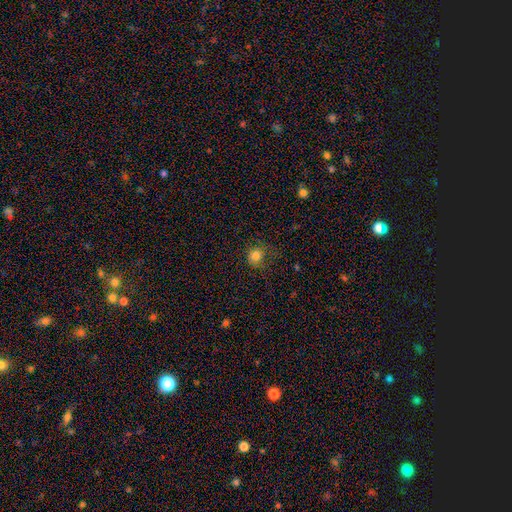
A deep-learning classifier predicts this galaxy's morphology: Overall: smooth (80%). How rounded: round (85%). Merging: none (70%).